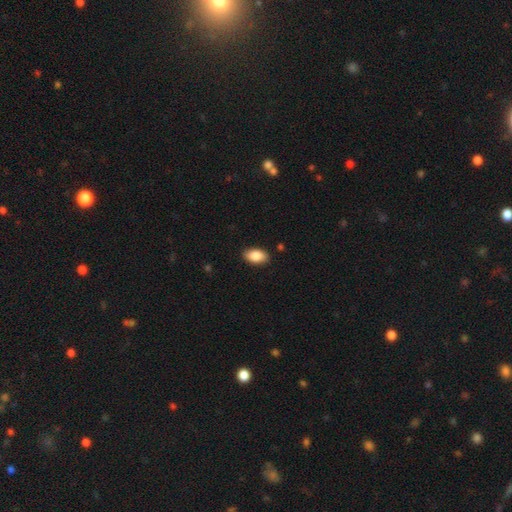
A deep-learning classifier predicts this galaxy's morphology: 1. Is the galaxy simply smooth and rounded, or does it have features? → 87% smooth, 7% star or artifact, 6% featured or disk.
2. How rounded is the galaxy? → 93% in between, 5% round, 2% cigar-shaped.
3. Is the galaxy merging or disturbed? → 88% none, 9% minor disturbance, 2% major disturbance, 1% merger.